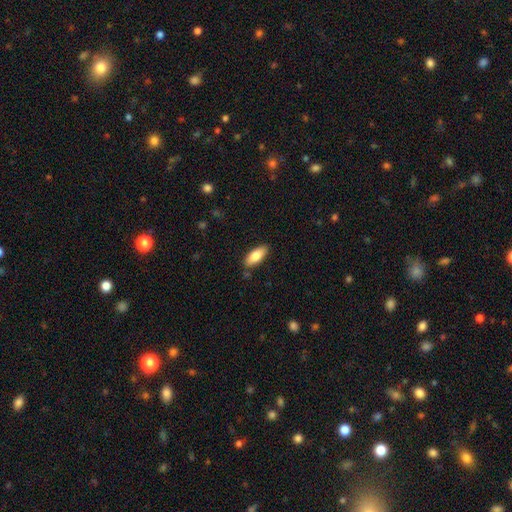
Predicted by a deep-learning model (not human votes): A smooth galaxy with no disk features (82%) that is in between round and cigar-shaped (82%).

Vote fractions:
- Smooth or featured? smooth: 82% / featured or disk: 12% / star or artifact: 6%
- How rounded? in between: 82% / cigar-shaped: 16% / round: 2%
- Merging? none: 85% / minor disturbance: 11% / major disturbance: 2% / merger: 2%